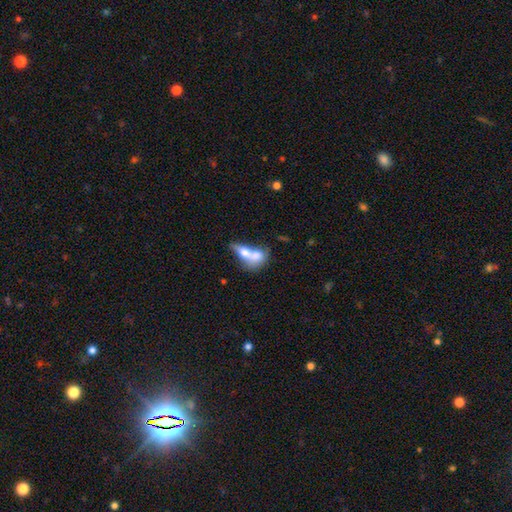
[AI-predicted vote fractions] Smooth or featured? Predicted: smooth (p=0.65). How rounded? Predicted: in between (p=0.69). Merging? Predicted: merger (p=0.72).